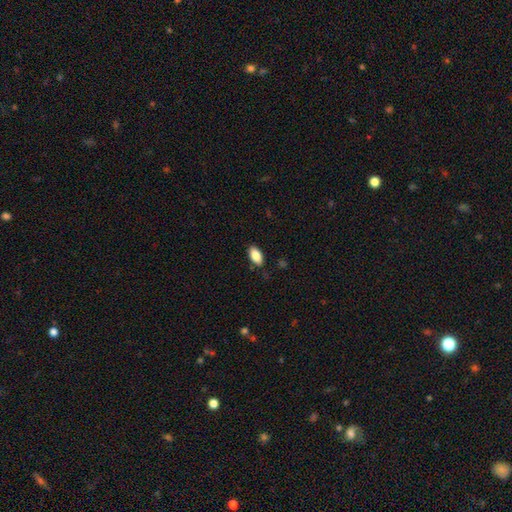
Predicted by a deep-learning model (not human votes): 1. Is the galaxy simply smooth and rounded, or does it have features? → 85% smooth, 8% featured or disk, 7% star or artifact.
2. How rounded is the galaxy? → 91% in between, 6% cigar-shaped, 3% round.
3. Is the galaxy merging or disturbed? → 86% none, 11% minor disturbance, 2% major disturbance, 1% merger.